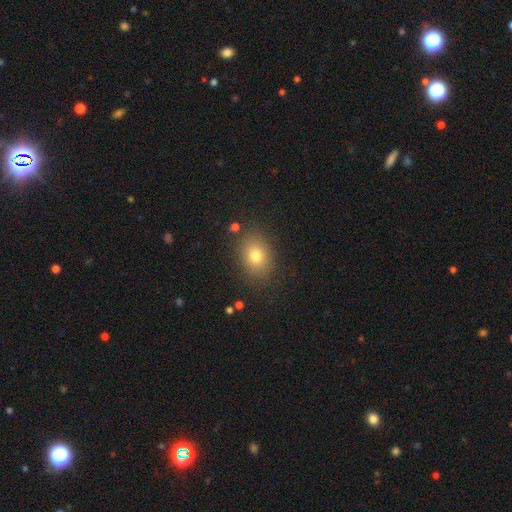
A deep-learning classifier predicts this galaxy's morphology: smooth 77%, star or artifact 12%, featured or disk 11%. Down the decision tree: how rounded — in between (67%); merging — none (83%).